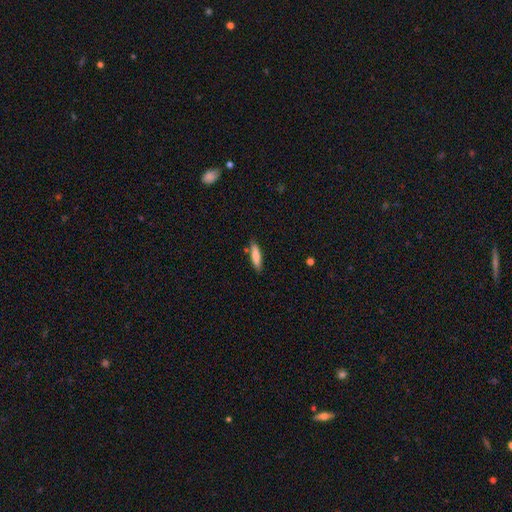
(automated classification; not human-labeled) A smooth galaxy with no disk features (83%) that is cigar-shaped (74%).

Vote fractions:
- Smooth or featured? smooth: 83% / featured or disk: 11% / star or artifact: 6%
- How rounded? cigar-shaped: 74% / in between: 25% / round: 1%
- Merging? none: 84% / minor disturbance: 11% / merger: 4% / major disturbance: 2%